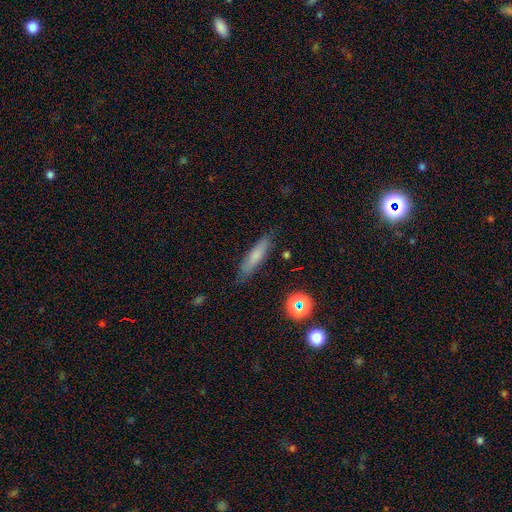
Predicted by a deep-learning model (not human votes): This appears to be a smooth galaxy with no disk features (69%) that is cigar-shaped (80%). Merging: none (81%).